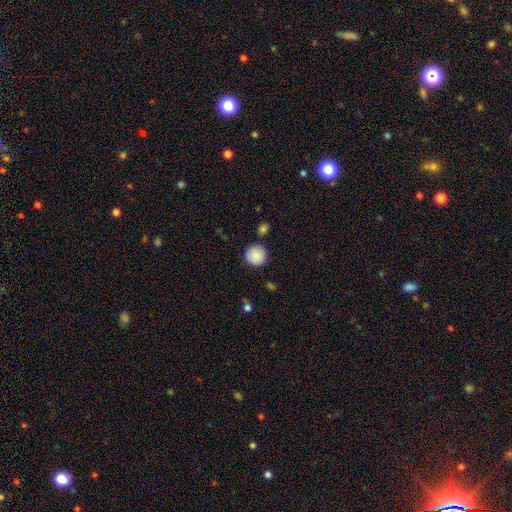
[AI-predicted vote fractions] smooth-or-featured: smooth: 88% | star or artifact: 8% | featured or disk: 4%
  how-rounded: round: 95% | in between: 4% | cigar-shaped: 1%
  merging: none: 87% | minor disturbance: 8% | merger: 3% | major disturbance: 2%